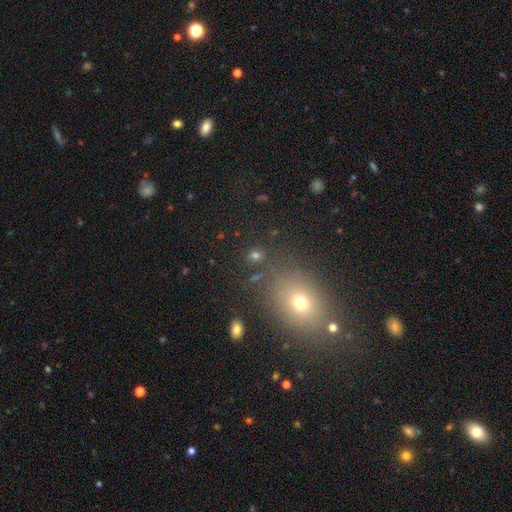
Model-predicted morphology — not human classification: Smooth or featured?
  - smooth: 63% *
  - star or artifact: 26%
  - featured or disk: 10%
How rounded?
  - round: 63% *
  - in between: 35%
  - cigar-shaped: 2%
Merging?
  - none: 78% *
  - minor disturbance: 10%
  - merger: 8%
  - major disturbance: 5%